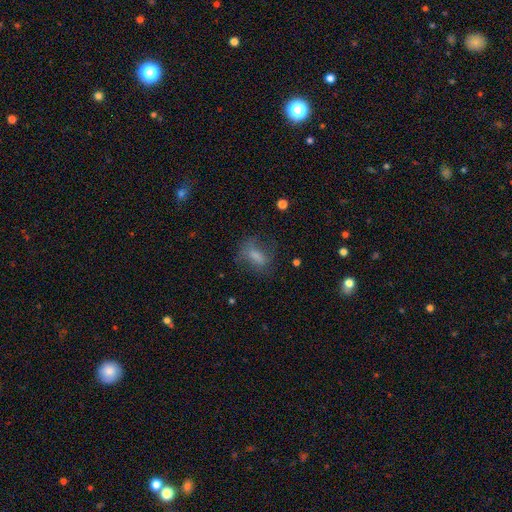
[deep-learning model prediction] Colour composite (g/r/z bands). It shows a smooth galaxy with no disk features (65%) that is in between round and cigar-shaped (75%). Merging: none (53%).